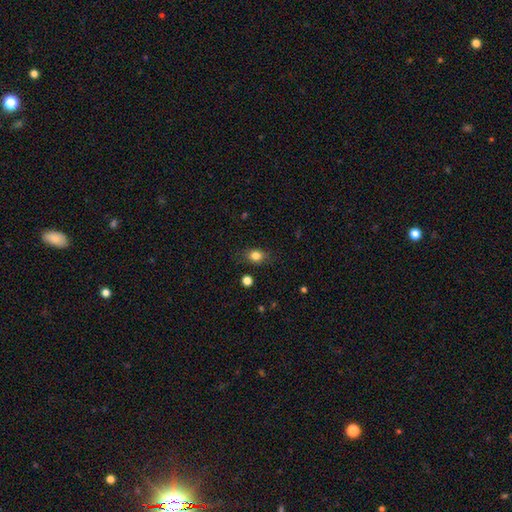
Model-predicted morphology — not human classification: Smooth or featured? smooth (81%)
How rounded? in between (64%)
Merging? none (80%)